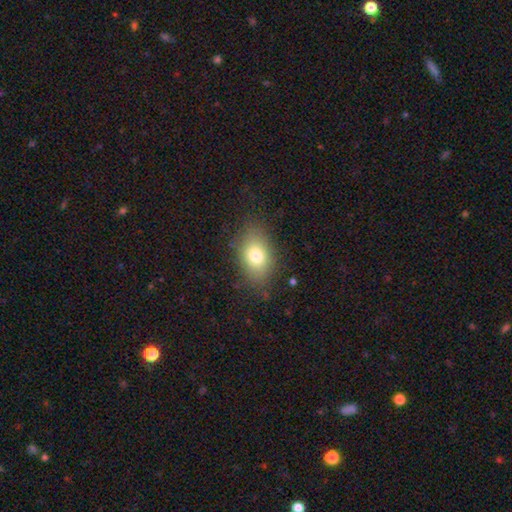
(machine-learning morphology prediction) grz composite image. It shows a smooth galaxy with no disk features (76%) that is in between round and cigar-shaped (82%). Merging: none (79%).